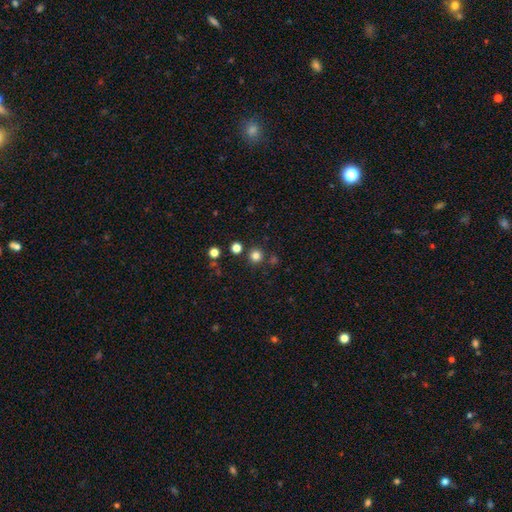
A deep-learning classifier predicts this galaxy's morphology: smooth_or_featured: smooth (p=0.79) [alt: star or artifact p=0.16]
how_rounded: round (p=0.95) [alt: in between p=0.04]
merging: none (p=0.85) [alt: minor disturbance p=0.06]